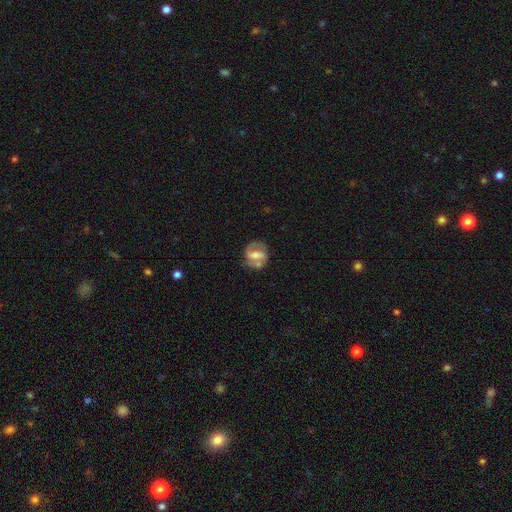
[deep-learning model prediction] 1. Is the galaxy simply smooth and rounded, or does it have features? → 68% featured or disk, 25% smooth, 6% star or artifact.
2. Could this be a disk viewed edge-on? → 96% no, 4% yes.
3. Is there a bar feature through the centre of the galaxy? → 44% strong, 38% weak, 18% no.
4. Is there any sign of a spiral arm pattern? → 77% yes, 23% no.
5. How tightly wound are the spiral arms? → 46% medium, 27% tight, 26% loose.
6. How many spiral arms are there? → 82% 2, 10% can't tell, 5% 1, 1% 3, 1% 4, 1% more than 4.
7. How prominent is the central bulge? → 50% moderate, 32% small, 9% large, 7% none, 2% dominant.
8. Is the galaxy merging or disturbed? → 66% none, 18% minor disturbance, 8% major disturbance, 7% merger.